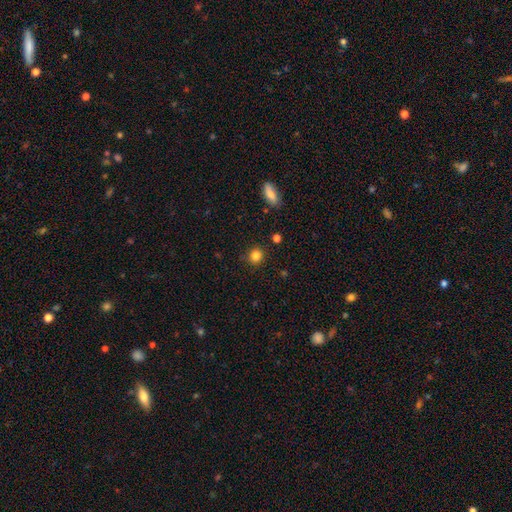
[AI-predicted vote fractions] Morphology: type=smooth (84%); roundness=round (90%); merging=none (89%).